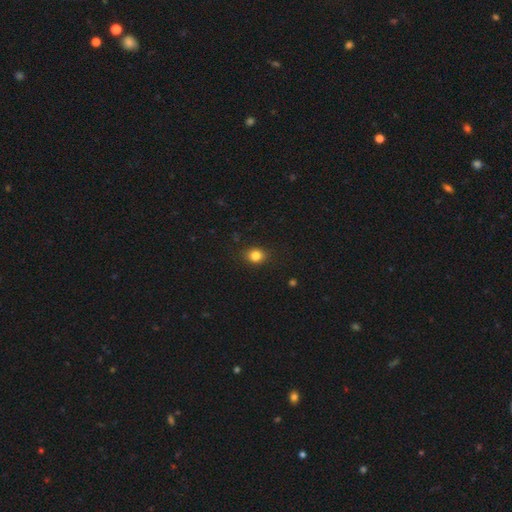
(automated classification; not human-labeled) Smooth or featured? Predicted: smooth (p=0.83). How rounded? Predicted: round (p=0.64). Merging? Predicted: none (p=0.87).